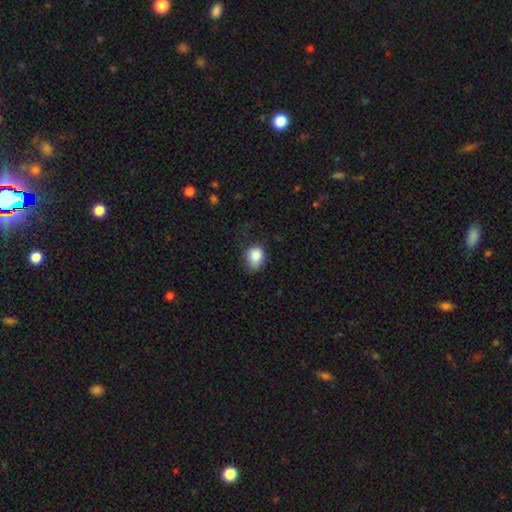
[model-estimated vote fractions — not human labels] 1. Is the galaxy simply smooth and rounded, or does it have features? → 84% smooth, 9% star or artifact, 7% featured or disk.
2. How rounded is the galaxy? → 56% in between, 43% round, 1% cigar-shaped.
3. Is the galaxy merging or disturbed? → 57% none, 31% minor disturbance, 11% major disturbance, 2% merger.